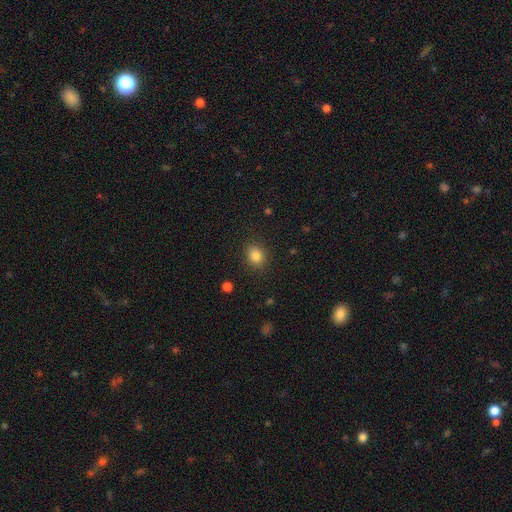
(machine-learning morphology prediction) Smooth or featured? Predicted: smooth (p=0.84). How rounded? Predicted: in between (p=0.51). Merging? Predicted: none (p=0.87).